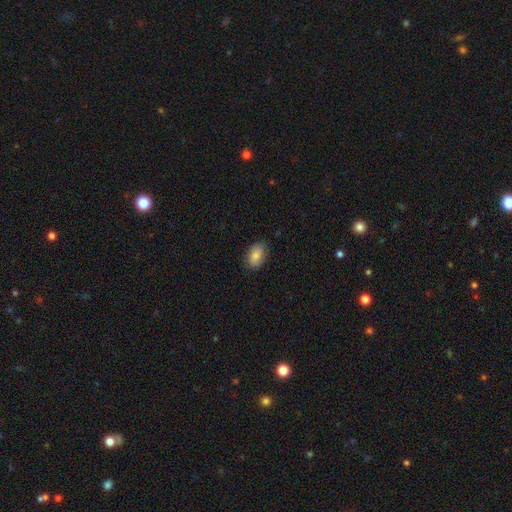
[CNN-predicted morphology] Overall: smooth (83%). How rounded: in between (85%). Merging: none (79%).